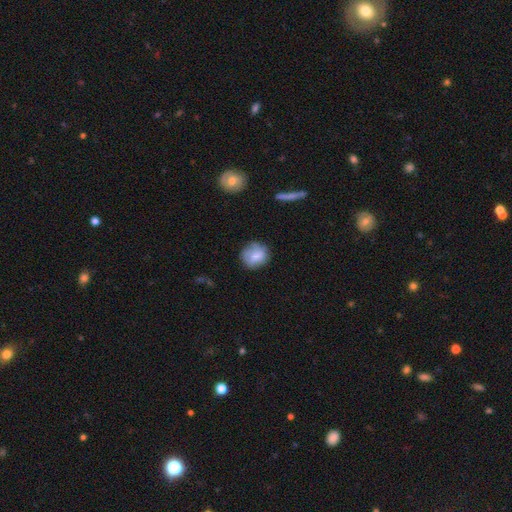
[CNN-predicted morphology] Smooth or featured? Predicted: smooth (p=0.73). How rounded? Predicted: round (p=0.77). Merging? Predicted: none (p=0.69).